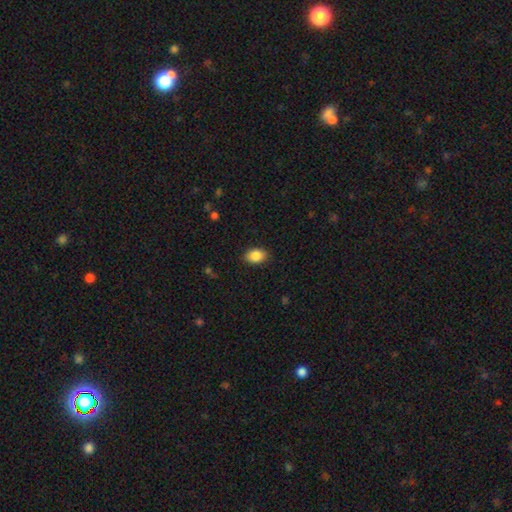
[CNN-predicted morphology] This is clearly a smooth galaxy (87%). How rounded: clearly in between (82%). Merging: clearly none (87%).